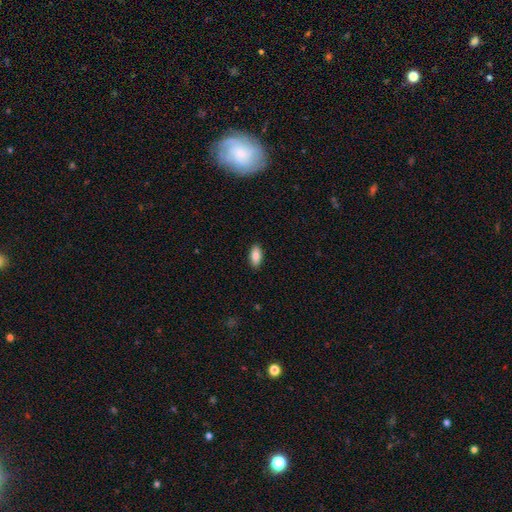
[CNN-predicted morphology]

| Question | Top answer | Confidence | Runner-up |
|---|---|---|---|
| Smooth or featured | smooth | 87% | star or artifact (7%) |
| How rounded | in between | 88% | cigar-shaped (9%) |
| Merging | none | 89% | minor disturbance (8%) |